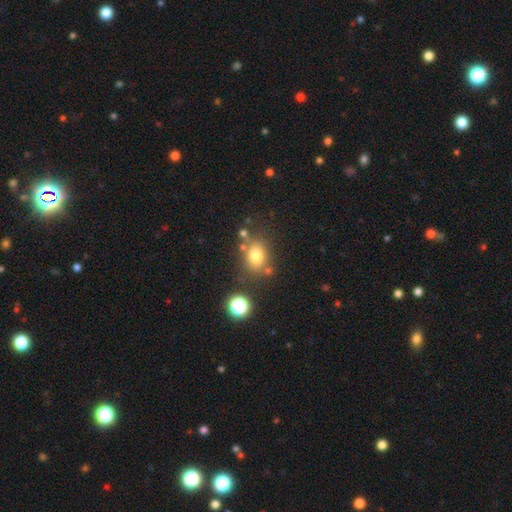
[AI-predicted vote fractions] smooth_or_featured: smooth (p=0.76) [alt: star or artifact p=0.14]
how_rounded: round (p=0.52) [alt: in between p=0.47]
merging: none (p=0.68) [alt: minor disturbance p=0.15]